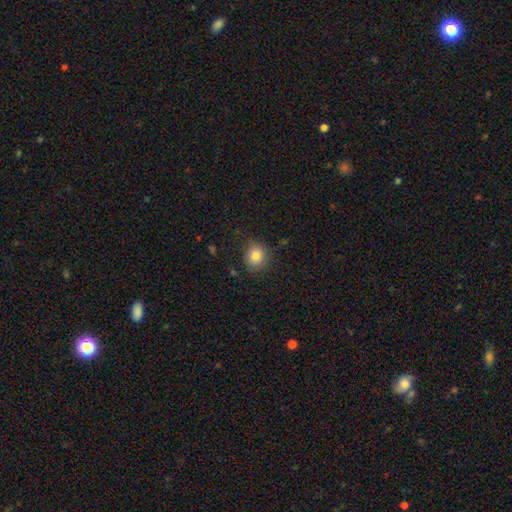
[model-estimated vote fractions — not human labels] smooth_or_featured: smooth (p=0.83) [alt: star or artifact p=0.10]
how_rounded: round (p=0.75) [alt: in between p=0.24]
merging: none (p=0.84) [alt: minor disturbance p=0.12]